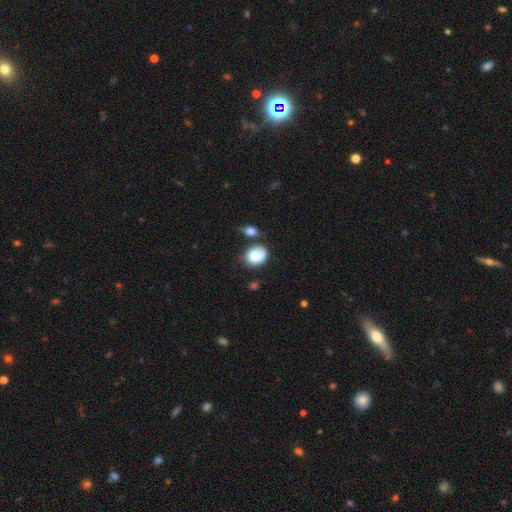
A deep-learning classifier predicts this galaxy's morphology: Q: Smooth or featured?
A: smooth (74%); runner-up: featured or disk (19%)
Q: How rounded?
A: round (58%); runner-up: in between (41%)
Q: Merging?
A: none (42%); runner-up: minor disturbance (25%)